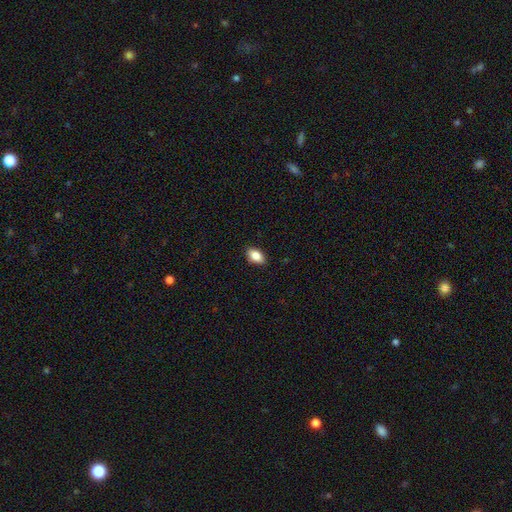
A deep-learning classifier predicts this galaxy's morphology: Smooth or featured? smooth (83%)
How rounded? in between (90%)
Merging? none (87%)